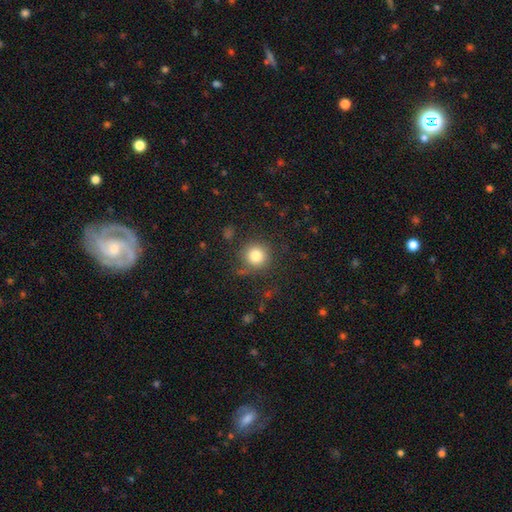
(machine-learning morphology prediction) Smooth or featured: smooth — 81% (star or artifact — 12%)
How rounded: round — 94% (in between — 5%)
Merging: none — 85% (minor disturbance — 10%)